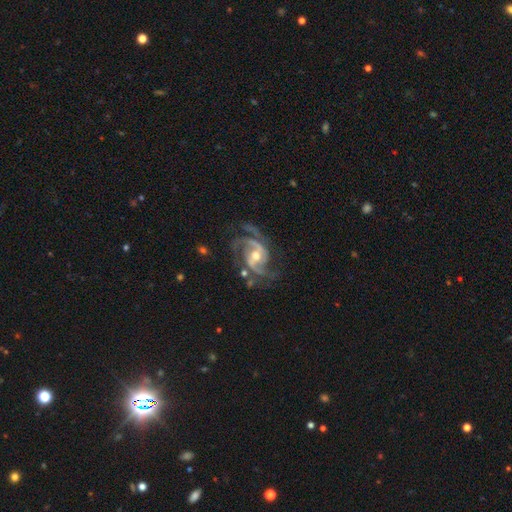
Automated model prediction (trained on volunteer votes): Morphology: type=featured or disk (92%); edge-on=no (98%); bar=no (42%); spiral arms=yes (98%); winding=medium (56%); arm count=2 (57%); bulge=moderate (66%); merging=none (62%).